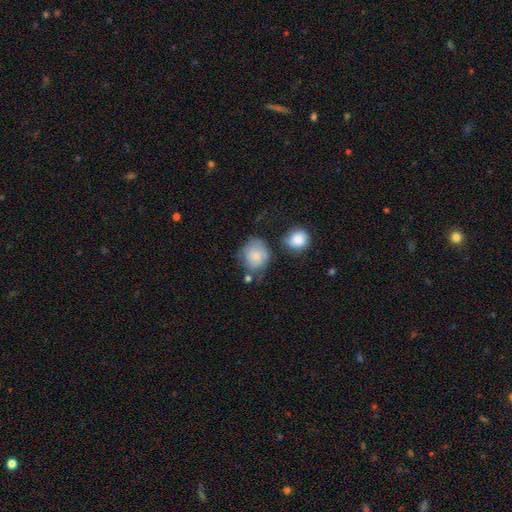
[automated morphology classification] A smooth galaxy with no disk features (71%) that is round (66%).

Vote fractions:
- Smooth or featured? smooth: 71% / featured or disk: 21% / star or artifact: 8%
- How rounded? round: 66% / in between: 33% / cigar-shaped: 1%
- Merging? none: 47% / minor disturbance: 29% / major disturbance: 13% / merger: 11%